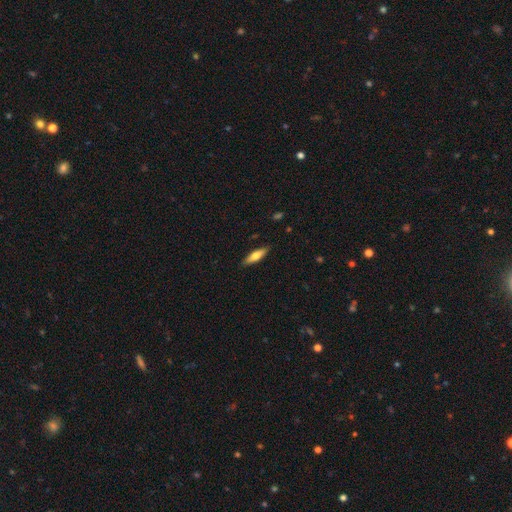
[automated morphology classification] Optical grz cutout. It shows a smooth galaxy with no disk features (62%) that is cigar-shaped (65%). Merging: none (89%).